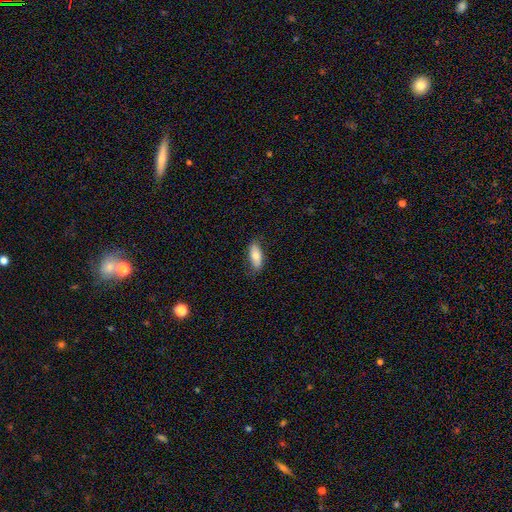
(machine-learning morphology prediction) Overall: smooth (74%). How rounded: in between (82%). Merging: none (78%).